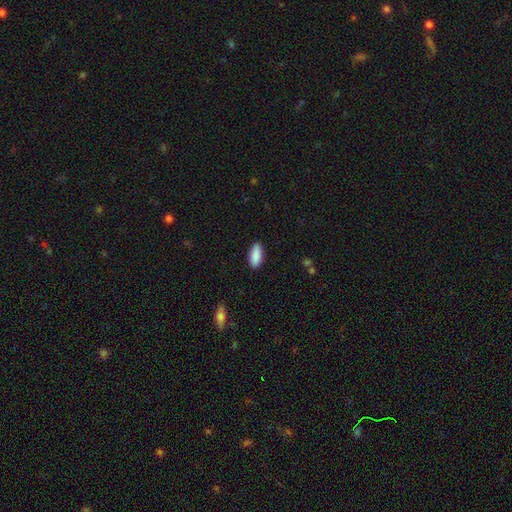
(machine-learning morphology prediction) smooth-or-featured: smooth: 89% | star or artifact: 6% | featured or disk: 5%
  how-rounded: in between: 82% | cigar-shaped: 16% | round: 2%
  merging: none: 89% | minor disturbance: 8% | major disturbance: 2% | merger: 1%